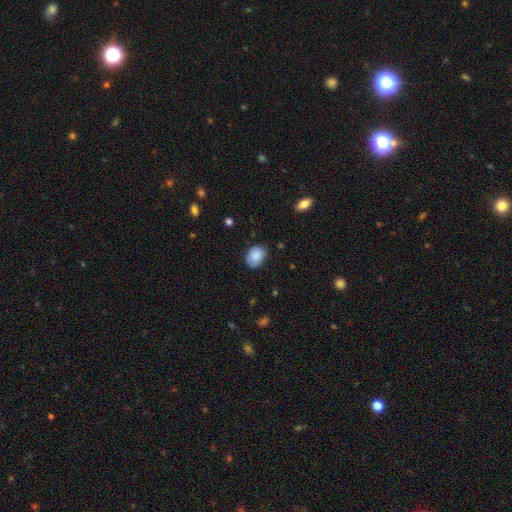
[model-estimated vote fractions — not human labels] Smooth or featured?
  - smooth: 81% *
  - featured or disk: 11%
  - star or artifact: 7%
How rounded?
  - in between: 68% *
  - round: 31%
  - cigar-shaped: 1%
Merging?
  - none: 75% *
  - minor disturbance: 20%
  - major disturbance: 4%
  - merger: 1%